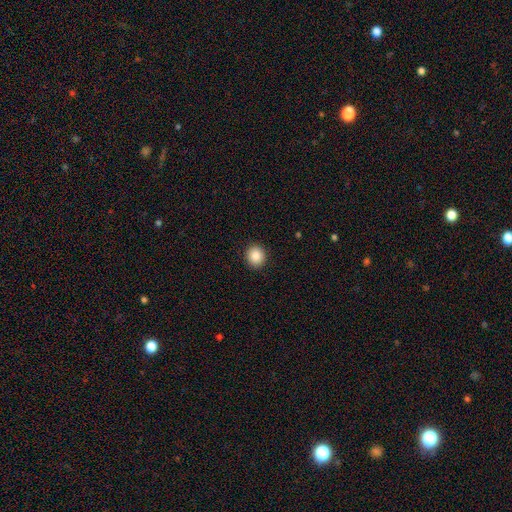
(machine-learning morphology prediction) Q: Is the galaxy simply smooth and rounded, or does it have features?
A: smooth — 87%.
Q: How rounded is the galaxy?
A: round — 87%.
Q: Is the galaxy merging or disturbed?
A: none — 92%.